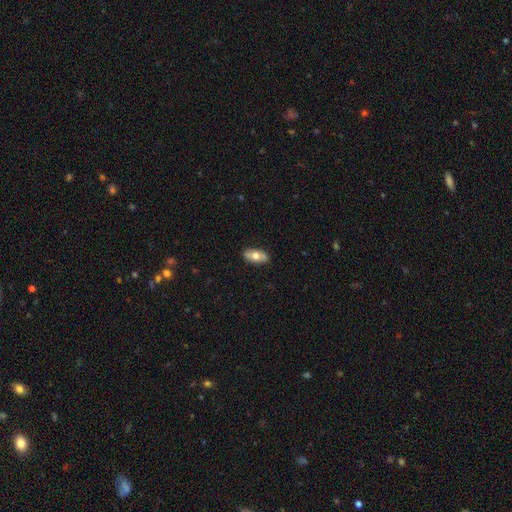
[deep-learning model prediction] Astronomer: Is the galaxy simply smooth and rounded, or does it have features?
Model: smooth — 61%.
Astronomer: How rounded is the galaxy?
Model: in between — 89%.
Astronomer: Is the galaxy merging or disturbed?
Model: none — 86%.